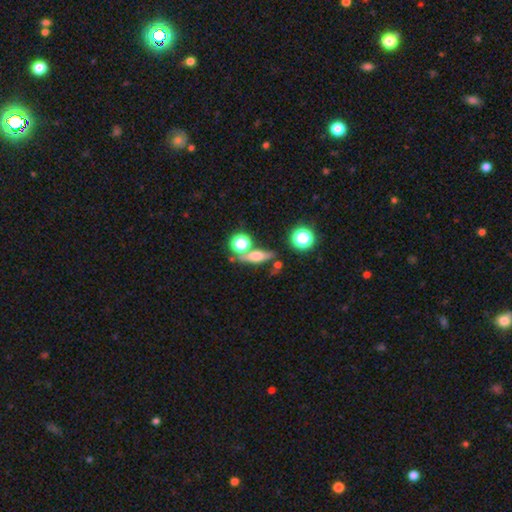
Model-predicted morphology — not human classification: Smooth or featured? smooth (51%)
How rounded? cigar-shaped (43%)
Merging? none (69%)